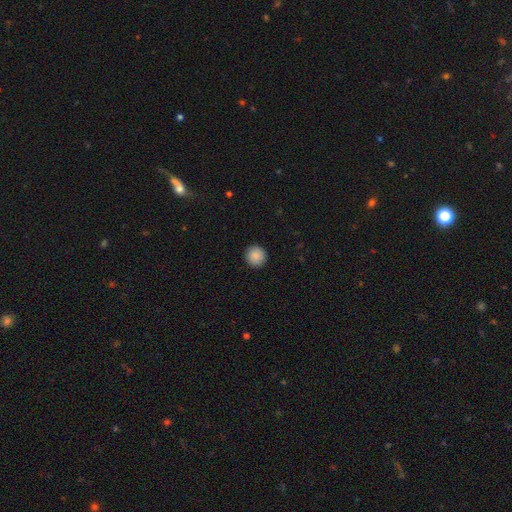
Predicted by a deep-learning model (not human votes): Smooth or featured: smooth — 88% (star or artifact — 8%)
How rounded: round — 94% (in between — 5%)
Merging: none — 92% (minor disturbance — 5%)